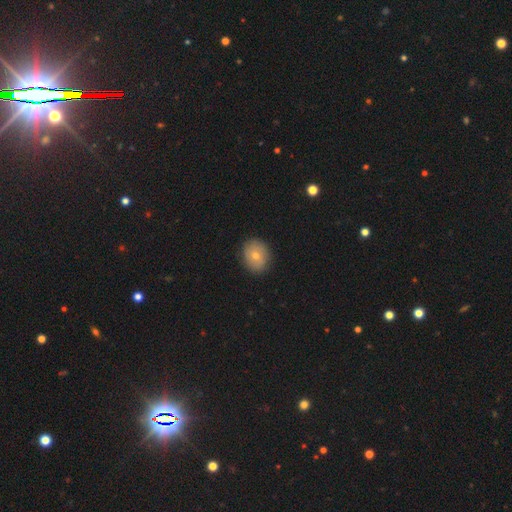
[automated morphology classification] Smooth or featured?
  - smooth: 73% *
  - featured or disk: 18%
  - star or artifact: 9%
How rounded?
  - round: 55% *
  - in between: 44%
  - cigar-shaped: 1%
Merging?
  - none: 88% *
  - minor disturbance: 9%
  - major disturbance: 2%
  - merger: 1%